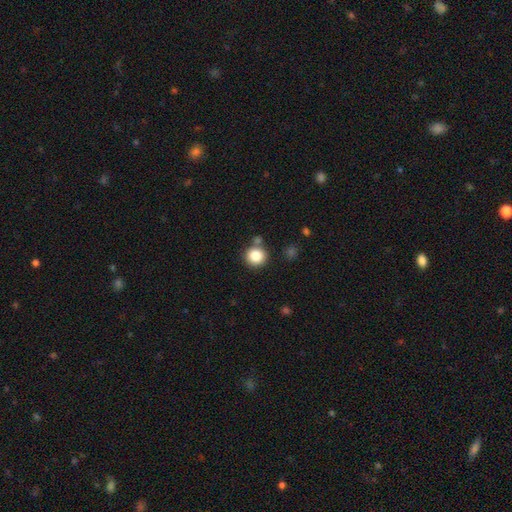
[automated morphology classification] A smooth galaxy with no disk features (85%) that is round (93%). Merging: none (78%).